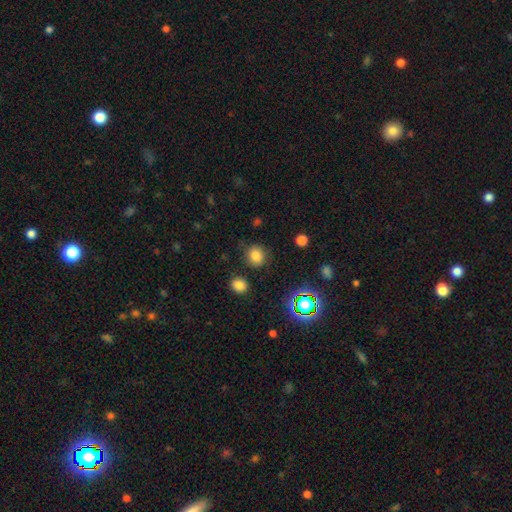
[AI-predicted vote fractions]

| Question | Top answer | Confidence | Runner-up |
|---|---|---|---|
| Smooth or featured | smooth | 78% | star or artifact (16%) |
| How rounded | round | 83% | in between (16%) |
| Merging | none | 84% | minor disturbance (10%) |